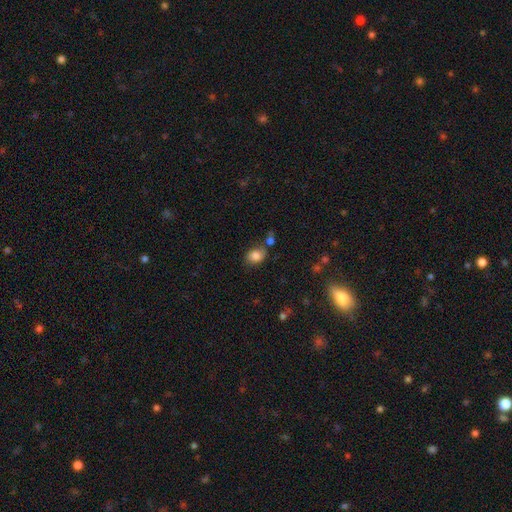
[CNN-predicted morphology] Q: Smooth or featured?
A: smooth (80%); runner-up: featured or disk (10%)
Q: How rounded?
A: in between (67%); runner-up: round (32%)
Q: Merging?
A: none (61%); runner-up: minor disturbance (20%)